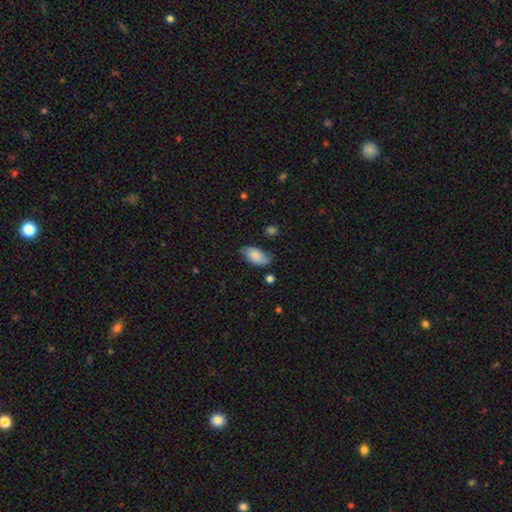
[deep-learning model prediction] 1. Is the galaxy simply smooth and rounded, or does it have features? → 72% smooth, 21% featured or disk, 8% star or artifact.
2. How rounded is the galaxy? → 93% in between, 4% round, 3% cigar-shaped.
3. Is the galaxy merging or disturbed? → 61% none, 29% minor disturbance, 7% major disturbance, 2% merger.